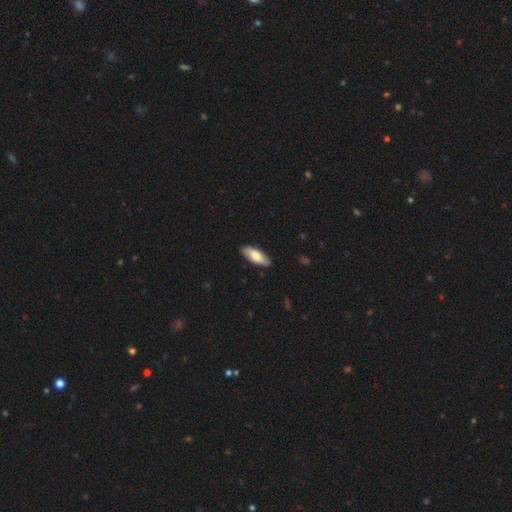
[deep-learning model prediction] Smooth or featured: smooth — 77% (featured or disk — 18%)
How rounded: in between — 78% (cigar-shaped — 20%)
Merging: none — 87% (minor disturbance — 10%)